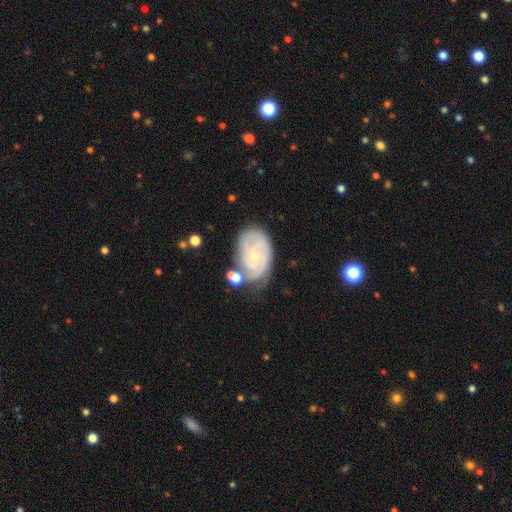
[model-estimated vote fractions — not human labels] Smooth or featured?
  - featured or disk: 67% *
  - smooth: 22%
  - star or artifact: 10%
Edge-on disk?
  - no: 95% *
  - yes: 5%
Bar?
  - no: 76% *
  - weak: 19%
  - strong: 5%
Spiral arms?
  - yes: 82% *
  - no: 18%
Spiral winding?
  - tight: 72% *
  - medium: 21%
  - loose: 7%
Spiral arm count?
  - can't tell: 48% *
  - 2: 28%
  - 3: 11%
  - 1: 5%
  - 4: 5%
  - more than 4: 4%
Bulge size?
  - small: 71% *
  - moderate: 25%
  - none: 2%
  - large: 1%
  - dominant: 1%
Merging?
  - none: 62% *
  - minor disturbance: 23%
  - merger: 9%
  - major disturbance: 7%